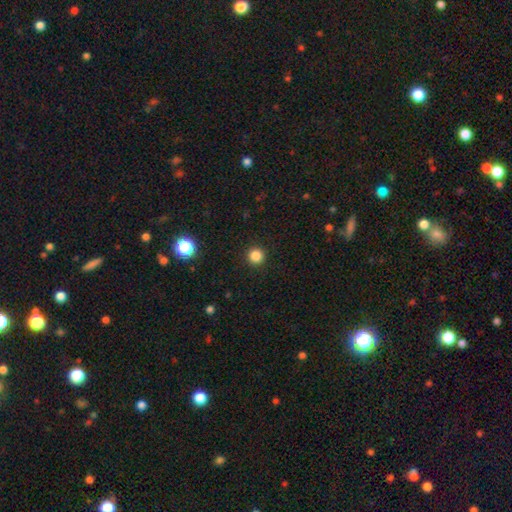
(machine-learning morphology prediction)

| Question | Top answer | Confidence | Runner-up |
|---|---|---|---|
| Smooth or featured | smooth | 84% | star or artifact (13%) |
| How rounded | round | 96% | in between (4%) |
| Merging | none | 93% | minor disturbance (5%) |